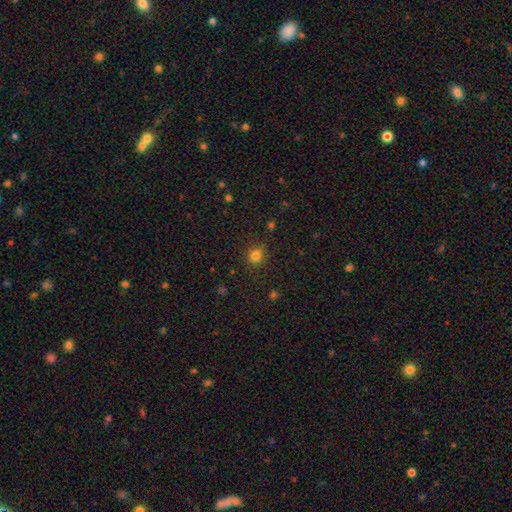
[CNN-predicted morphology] type=smooth (80%); roundness=round (89%); merging=none (85%).